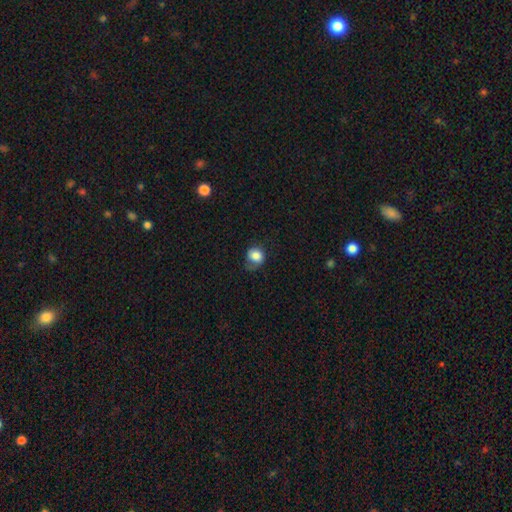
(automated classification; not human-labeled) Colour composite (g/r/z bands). It shows a smooth galaxy with no disk features (80%) that is round (71%). Merging: none (46%).